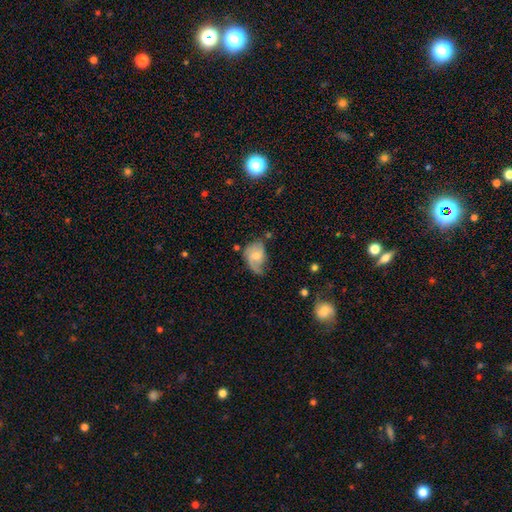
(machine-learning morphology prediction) smooth_or_featured: featured or disk (p=0.56) [alt: smooth p=0.36]
disk_edge_on: no (p=0.96) [alt: yes p=0.04]
bar: no (p=0.64) [alt: weak p=0.31]
has_spiral_arms: yes (p=0.83) [alt: no p=0.17]
bulge_size: moderate (p=0.46) [alt: small p=0.45]
merging: none (p=0.38) [alt: minor disturbance p=0.35]